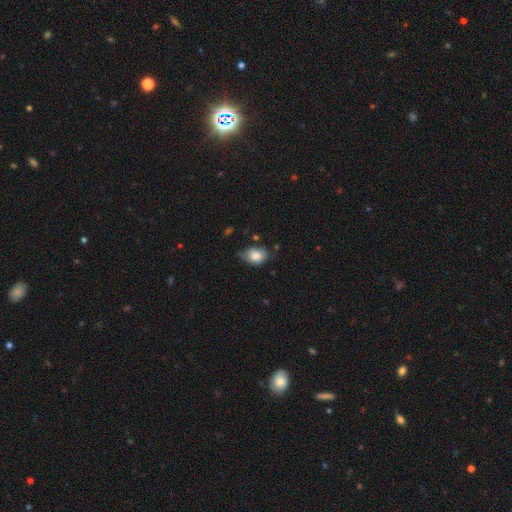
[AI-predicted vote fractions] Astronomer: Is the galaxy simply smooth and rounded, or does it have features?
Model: smooth — 82%.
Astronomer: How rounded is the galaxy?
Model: in between — 69%.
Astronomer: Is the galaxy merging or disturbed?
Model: none — 57% (runner-up: minor disturbance, 34%).